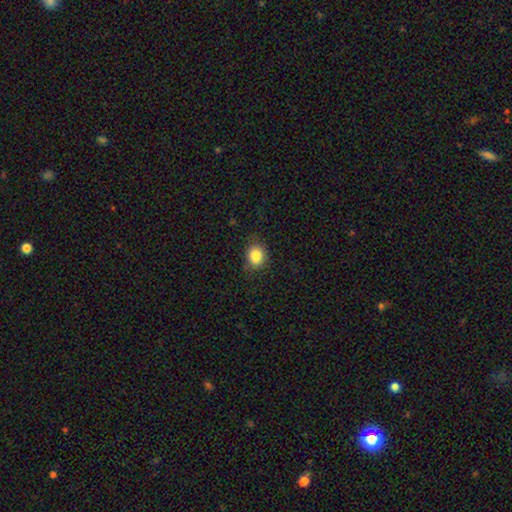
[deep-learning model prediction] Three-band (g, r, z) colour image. It shows a smooth galaxy with no disk features (86%) that is round (56%). Merging: none (77%).